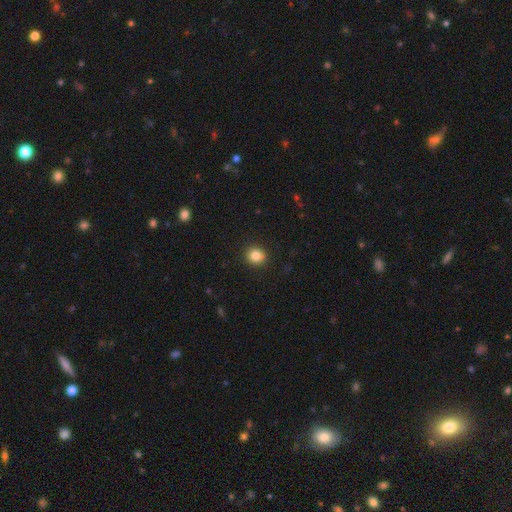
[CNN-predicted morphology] Smooth or featured: smooth — 83% (star or artifact — 11%)
How rounded: round — 82% (in between — 17%)
Merging: none — 90% (minor disturbance — 7%)